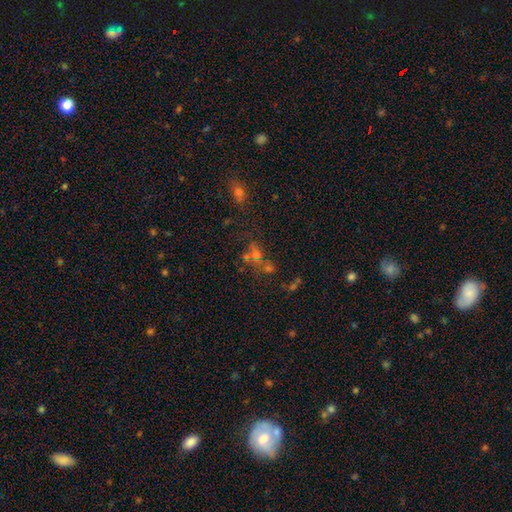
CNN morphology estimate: A smooth galaxy with no disk features (43%).

Vote fractions:
- Smooth or featured? smooth: 43% / star or artifact: 37% / featured or disk: 20%
- Merging? none: 42% / merger: 39% / minor disturbance: 10% / major disturbance: 9%